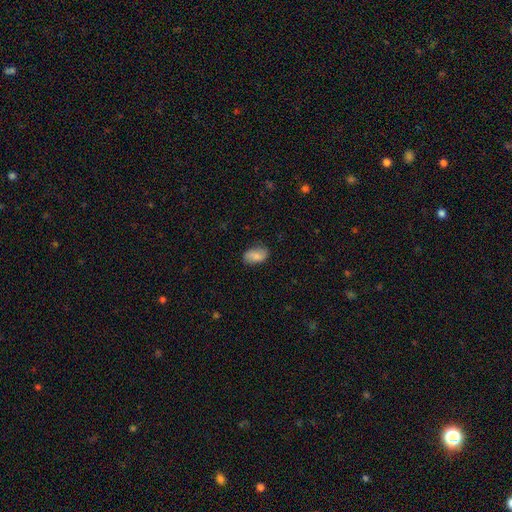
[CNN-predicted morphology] smooth 74%, featured or disk 18%, star or artifact 7%. Down the decision tree: how rounded — in between (92%); merging — none (75%).